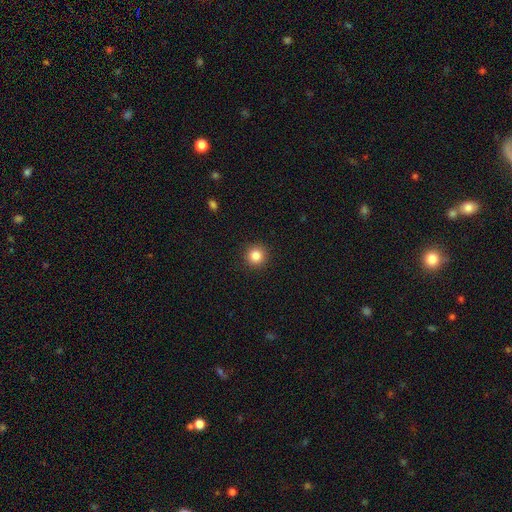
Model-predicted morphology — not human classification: This is clearly a smooth galaxy (84%). How rounded: clearly round (95%). Merging: clearly none (92%).